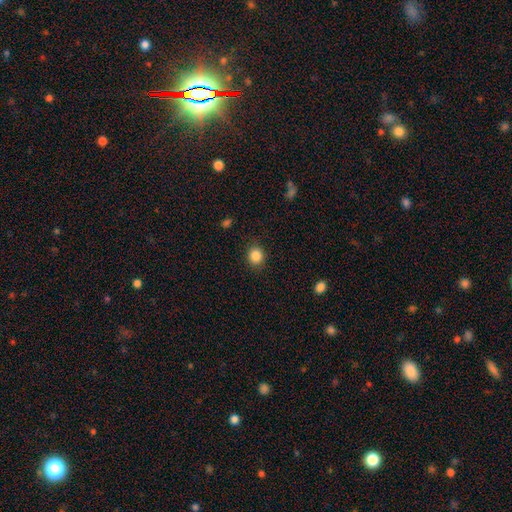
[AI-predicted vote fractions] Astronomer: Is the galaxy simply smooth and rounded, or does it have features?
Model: smooth — 86%.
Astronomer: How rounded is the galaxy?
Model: round — 80%.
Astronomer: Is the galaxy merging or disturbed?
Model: none — 88%.